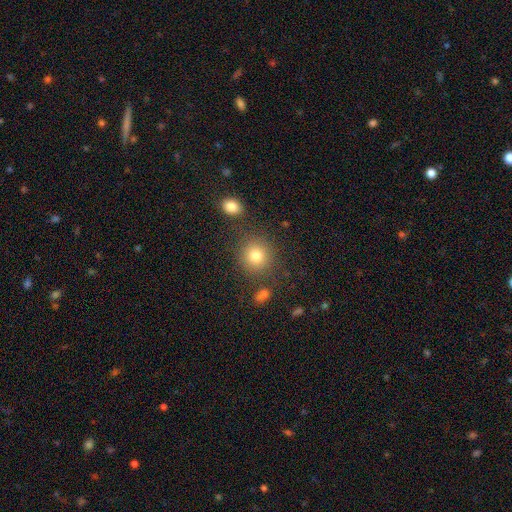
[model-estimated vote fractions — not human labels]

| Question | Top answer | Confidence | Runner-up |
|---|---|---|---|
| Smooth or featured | smooth | 80% | star or artifact (12%) |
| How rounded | round | 89% | in between (10%) |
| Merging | none | 82% | minor disturbance (9%) |